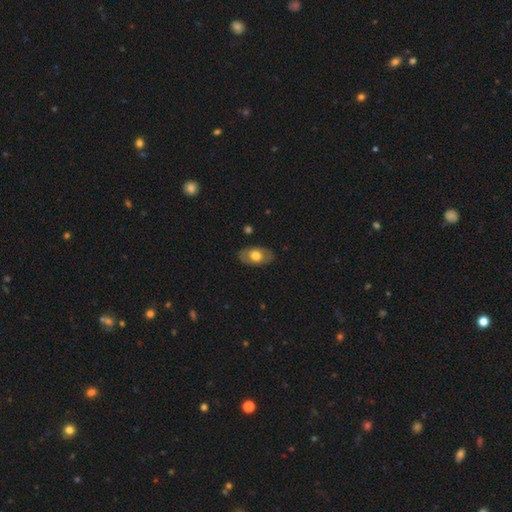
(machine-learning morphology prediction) Smooth or featured: smooth — 60% (featured or disk — 34%)
How rounded: in between — 89% (round — 9%)
Merging: none — 82% (minor disturbance — 13%)